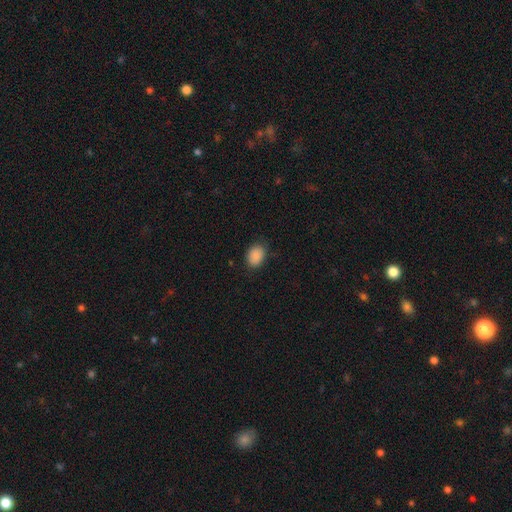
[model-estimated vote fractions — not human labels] Overall: smooth (89%). How rounded: in between (71%). Merging: none (81%).